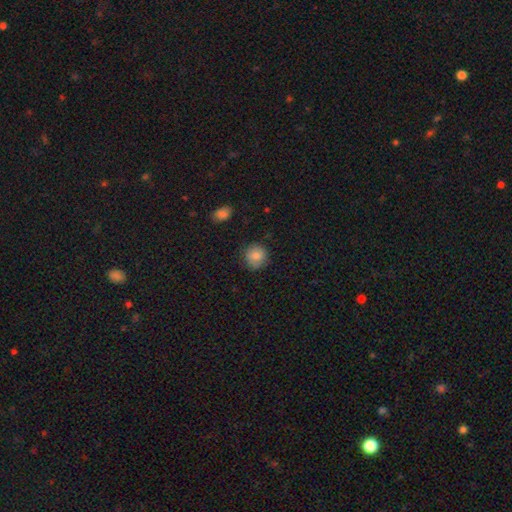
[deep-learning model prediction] The model was most divided on "merging": none: 83%, minor disturbance: 12%, major disturbance: 3%, merger: 1%. More confident: how rounded — round (89%); smooth or featured — smooth (84%).